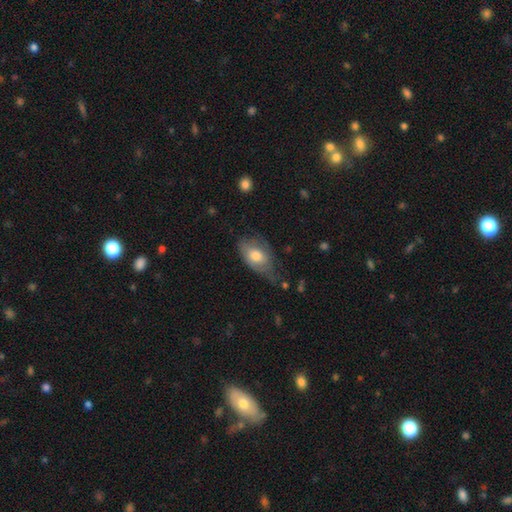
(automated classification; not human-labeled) Smooth or featured? Predicted: smooth (p=0.64). How rounded? Predicted: in between (p=0.89). Merging? Predicted: none (p=0.38, tied with minor disturbance).